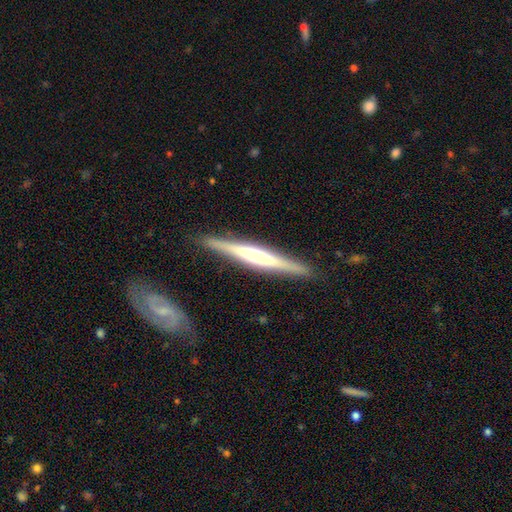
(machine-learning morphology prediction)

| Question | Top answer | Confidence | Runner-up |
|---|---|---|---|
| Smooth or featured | featured or disk | 64% | smooth (30%) |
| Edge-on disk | yes | 97% | no (3%) |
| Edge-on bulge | rounded | 44% | none (28%) |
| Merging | none | 89% | minor disturbance (8%) |